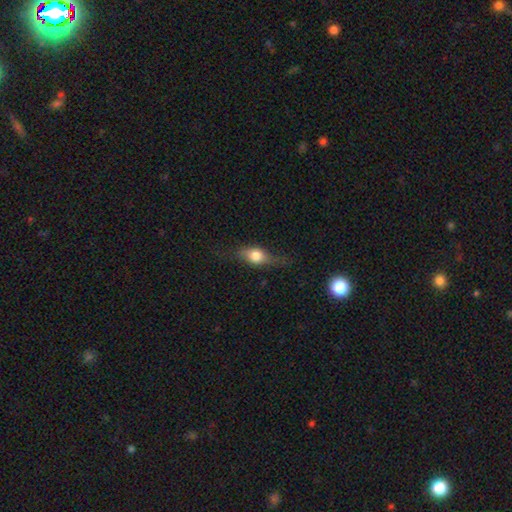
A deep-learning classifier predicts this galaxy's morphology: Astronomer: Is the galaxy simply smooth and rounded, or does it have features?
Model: smooth — 63%.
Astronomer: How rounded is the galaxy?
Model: in between — 67%.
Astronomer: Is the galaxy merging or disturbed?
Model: none — 63%.